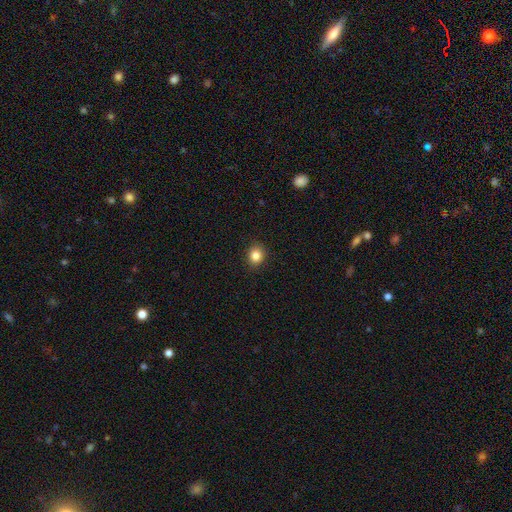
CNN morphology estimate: Smooth or featured? smooth (84%)
How rounded? round (71%)
Merging? none (90%)